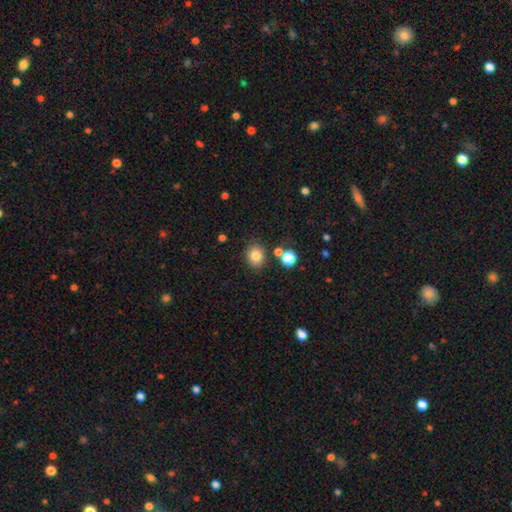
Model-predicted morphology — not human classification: A smooth galaxy with no disk features (81%) that is round (64%).

Vote fractions:
- Smooth or featured? smooth: 81% / star or artifact: 12% / featured or disk: 8%
- How rounded? round: 64% / in between: 35% / cigar-shaped: 1%
- Merging? none: 79% / minor disturbance: 11% / merger: 7% / major disturbance: 3%